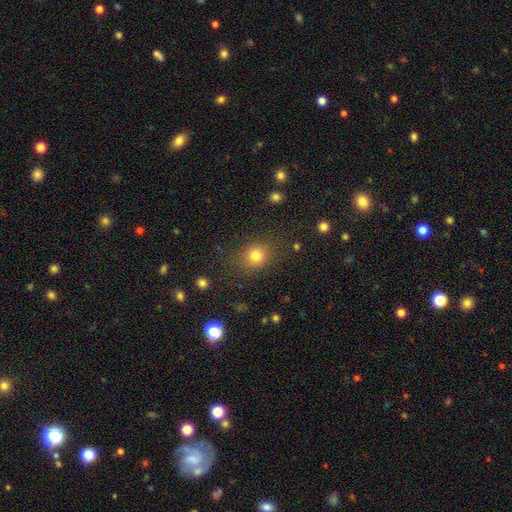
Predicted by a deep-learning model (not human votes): Smooth or featured? smooth (79%)
How rounded? round (73%)
Merging? none (80%)